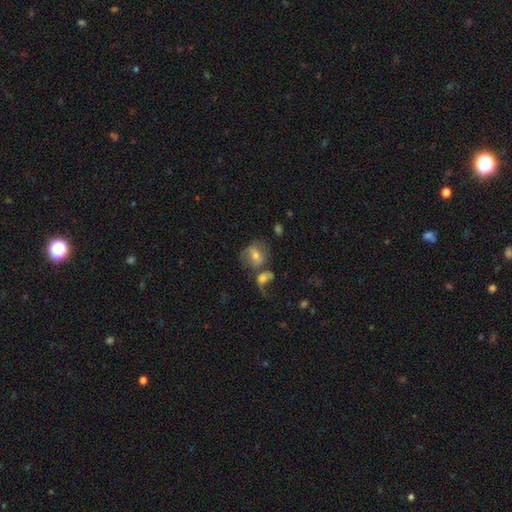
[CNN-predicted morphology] smooth-or-featured: featured or disk: 44% (tied) | smooth: 44% (tied) | star or artifact: 12%
  merging: none: 42% | merger: 35% | minor disturbance: 13% | major disturbance: 10%